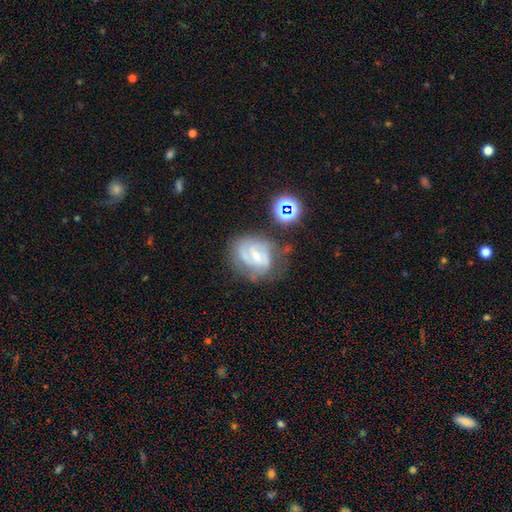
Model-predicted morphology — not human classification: This is likely a featured or disk galaxy (77%). It is clearly not viewed edge-on (97%). Bar: possibly weak (54%). Spiral arm pattern: clearly yes (90%). Spiral arm count: marginally 2 (43%). Spiral winding: marginally tight (43%, tied with medium). Central bulge: likely small (60%). Merging: possibly none (49%).